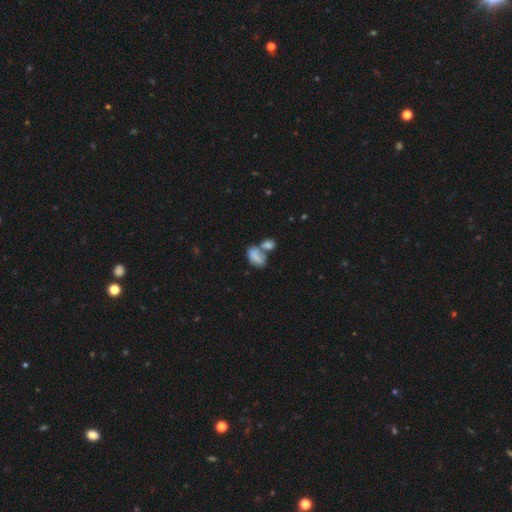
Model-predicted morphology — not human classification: The model was most divided on "merging": merger: 59%, none: 22%, minor disturbance: 11%, major disturbance: 7%. More confident: how rounded — in between (88%); smooth or featured — smooth (75%).